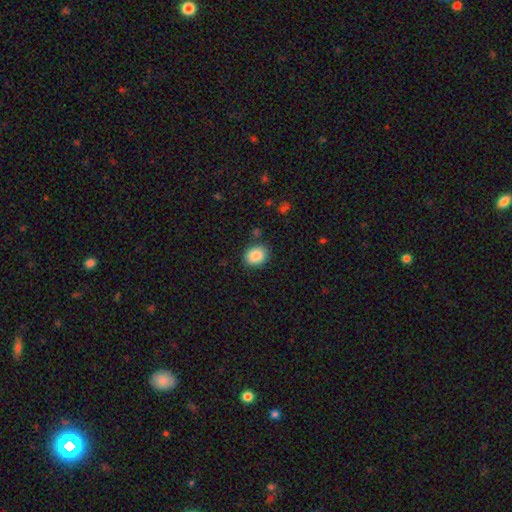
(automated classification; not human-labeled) A smooth galaxy with no disk features (88%) that is in between round and cigar-shaped (52%). Merging: none (85%).